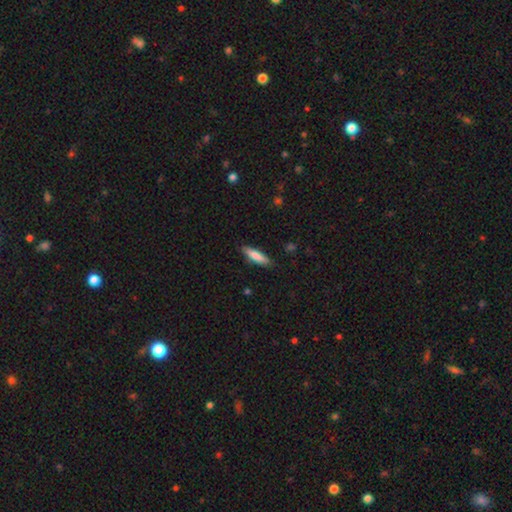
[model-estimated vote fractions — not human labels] A smooth galaxy with no disk features (80%) that is cigar-shaped (68%). Merging: none (85%).